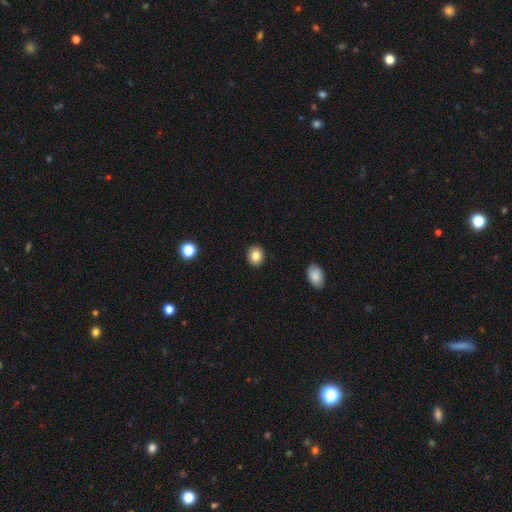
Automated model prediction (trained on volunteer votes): A smooth galaxy with no disk features (85%) that is round (64%). Merging: none (91%).